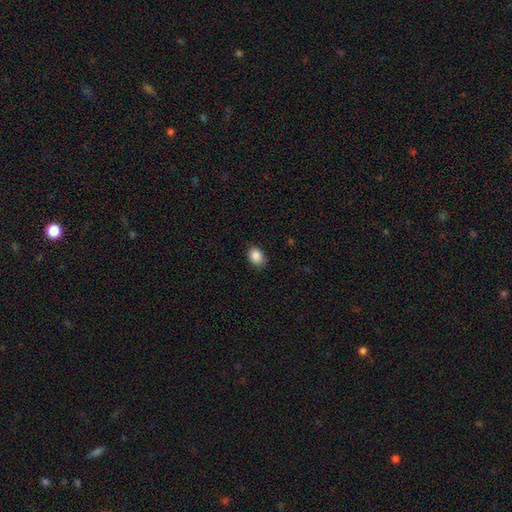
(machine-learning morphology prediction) smooth_or_featured: smooth (p=0.88) [alt: star or artifact p=0.08]
how_rounded: in between (p=0.69) [alt: round p=0.30]
merging: none (p=0.85) [alt: minor disturbance p=0.12]